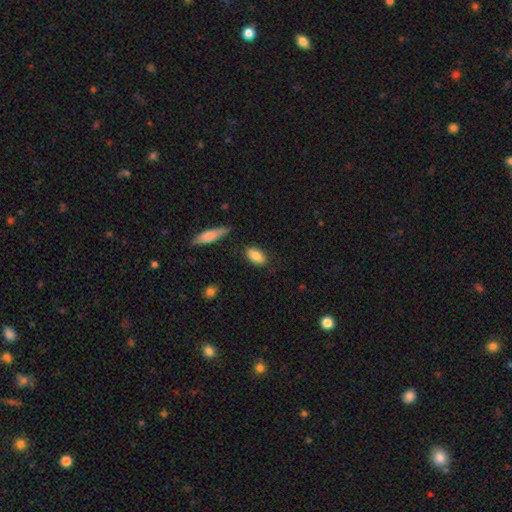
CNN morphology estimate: This is clearly a smooth galaxy (83%). How rounded: clearly in between (89%). Merging: clearly none (82%).